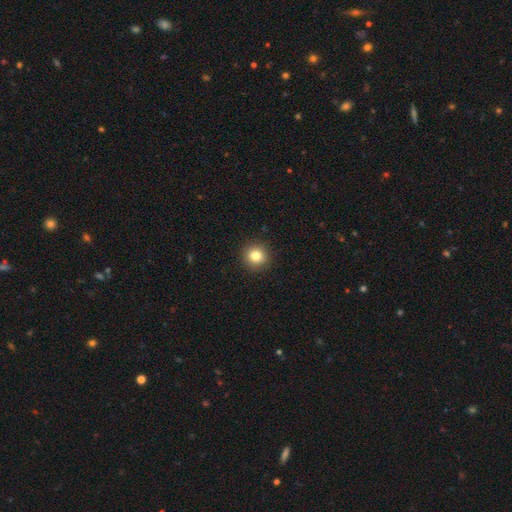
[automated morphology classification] A smooth galaxy with no disk features (82%) that is round (93%).

Vote fractions:
- Smooth or featured? smooth: 82% / star or artifact: 11% / featured or disk: 7%
- How rounded? round: 93% / in between: 6% / cigar-shaped: 1%
- Merging? none: 92% / minor disturbance: 5% / major disturbance: 2% / merger: 1%